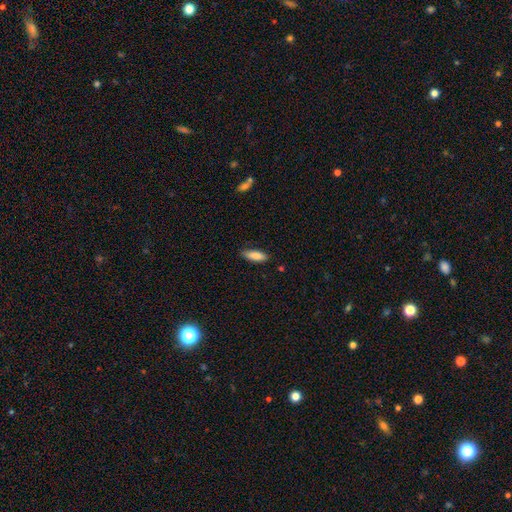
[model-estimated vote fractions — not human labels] A smooth galaxy with no disk features (85%) that is in between round and cigar-shaped (63%). Merging: none (84%).